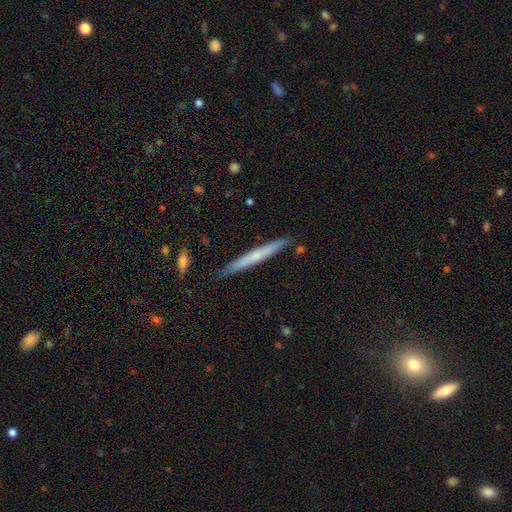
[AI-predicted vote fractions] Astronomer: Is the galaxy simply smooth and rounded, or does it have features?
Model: smooth — 51% (runner-up: featured or disk, 43%).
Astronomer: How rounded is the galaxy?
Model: cigar-shaped — 97%.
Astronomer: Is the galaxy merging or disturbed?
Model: none — 88%.